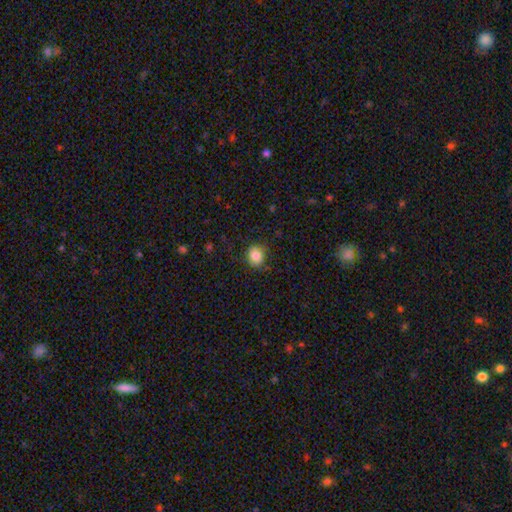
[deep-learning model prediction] A smooth galaxy with no disk features (85%) that is round (71%).

Vote fractions:
- Smooth or featured? smooth: 85% / star or artifact: 10% / featured or disk: 6%
- How rounded? round: 71% / in between: 28% / cigar-shaped: 1%
- Merging? none: 81% / minor disturbance: 15% / major disturbance: 4% / merger: 1%